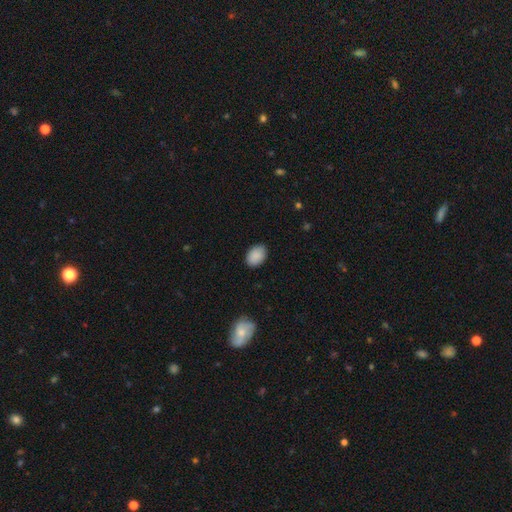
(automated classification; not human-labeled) Smooth or featured: smooth — 90% (star or artifact — 7%)
How rounded: in between — 83% (round — 16%)
Merging: none — 87% (minor disturbance — 10%)